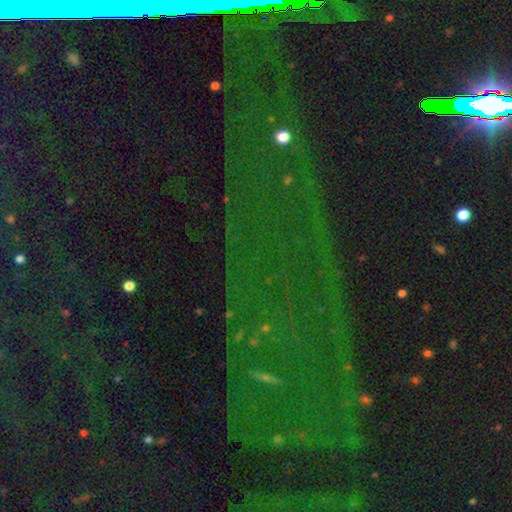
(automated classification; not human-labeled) A star or artifact, not a galaxy (85%).

Vote fractions:
- Smooth or featured? star or artifact: 85% / smooth: 8% / featured or disk: 8%